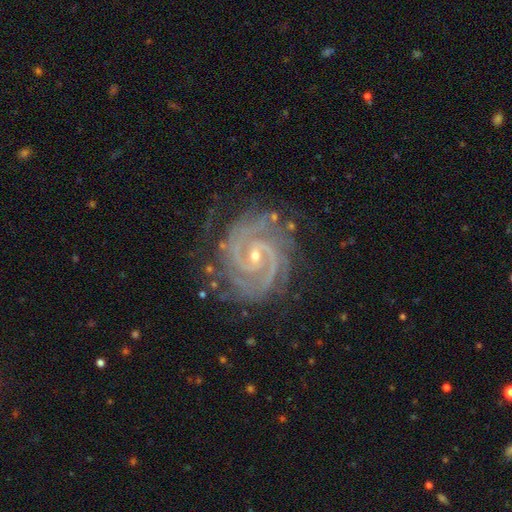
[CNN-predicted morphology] This is clearly a featured or disk galaxy (93%). It is clearly not viewed edge-on (98%). Bar: marginally weak (41%). Spiral arm pattern: clearly yes (99%). Spiral arm count: likely 2 (72%). Spiral winding: likely tight (70%). Central bulge: likely small (72%). Merging: likely none (74%).